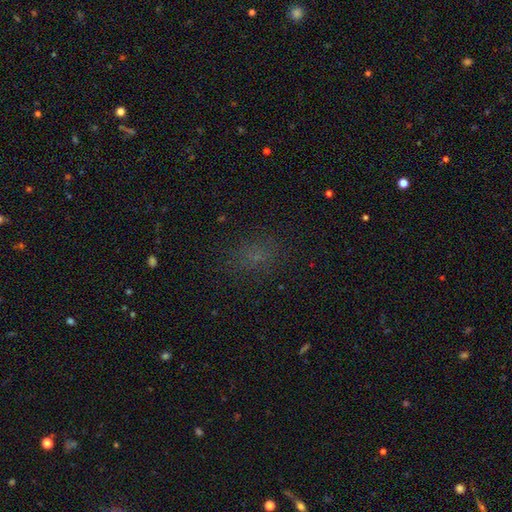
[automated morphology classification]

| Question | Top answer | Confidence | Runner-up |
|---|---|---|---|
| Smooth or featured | smooth | 58% | star or artifact (32%) |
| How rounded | in between | 60% | round (37%) |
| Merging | none | 78% | minor disturbance (14%) |